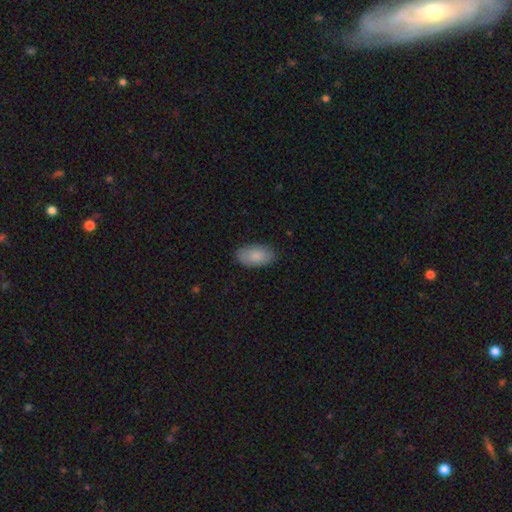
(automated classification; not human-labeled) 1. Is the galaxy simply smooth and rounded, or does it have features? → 85% smooth, 9% featured or disk, 6% star or artifact.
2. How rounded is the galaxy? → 95% in between, 3% round, 2% cigar-shaped.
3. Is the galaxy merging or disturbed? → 84% none, 12% minor disturbance, 2% major disturbance, 1% merger.